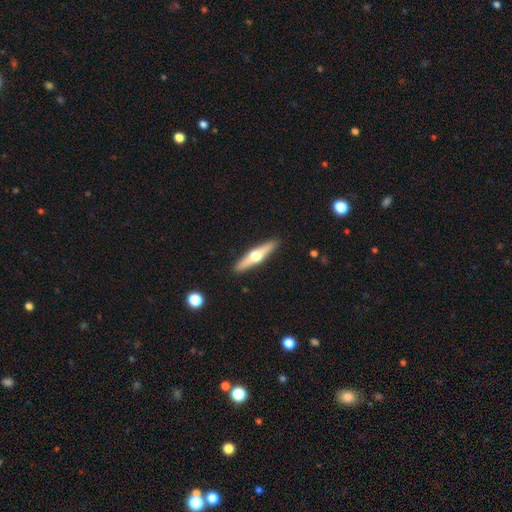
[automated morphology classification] A featured or disk galaxy (63%) viewed edge-on (95%) with a rounded central bulge (96%). Merging: none (91%).